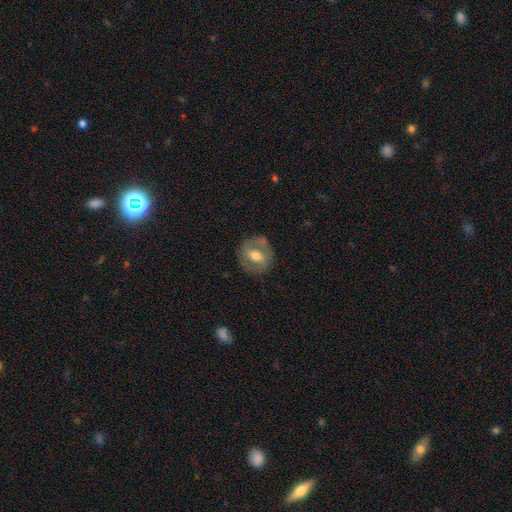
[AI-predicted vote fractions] featured or disk 56%, smooth 37%, star or artifact 7%. Down the decision tree: edge-on disk — no (93%); bar — weak (39%); spiral arms — no (62%); bulge size — moderate (73%); merging — none (79%).